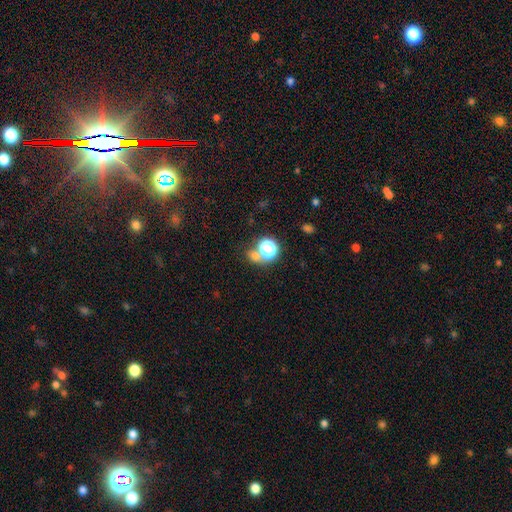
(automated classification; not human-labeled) This is possibly a smooth galaxy (58%). How rounded: likely round (75%). Merging: possibly none (56%).